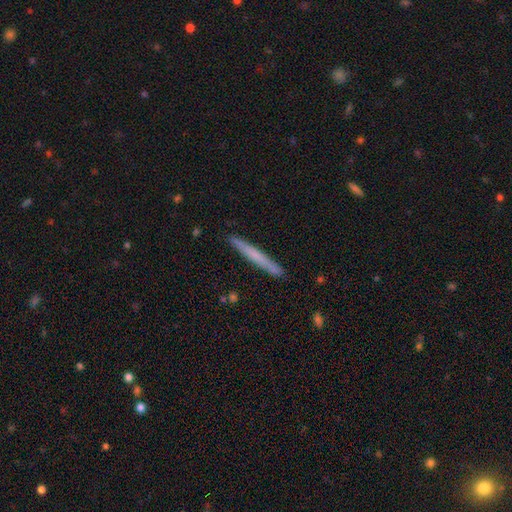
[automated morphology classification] A smooth galaxy with no disk features (59%) that is cigar-shaped (97%). Merging: none (91%).